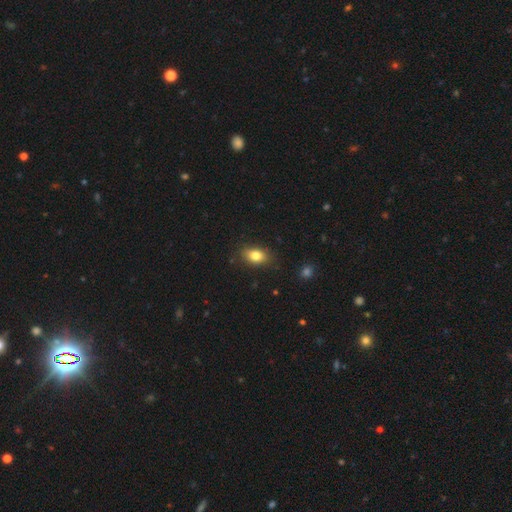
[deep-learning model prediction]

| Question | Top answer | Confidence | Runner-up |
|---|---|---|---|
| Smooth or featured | smooth | 82% | star or artifact (9%) |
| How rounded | in between | 82% | round (16%) |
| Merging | none | 84% | minor disturbance (13%) |